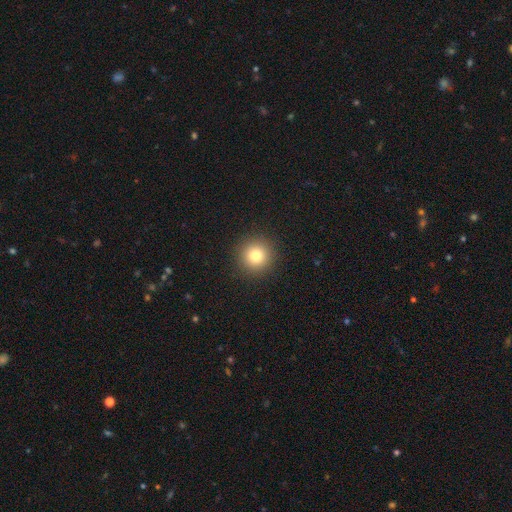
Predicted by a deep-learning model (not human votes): Overall: smooth (79%). How rounded: round (95%). Merging: none (92%).